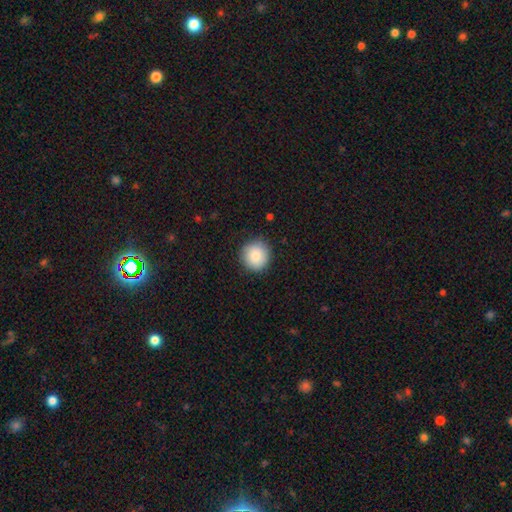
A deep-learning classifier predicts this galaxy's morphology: Q: Smooth or featured?
A: smooth (86%); runner-up: star or artifact (8%)
Q: How rounded?
A: round (94%); runner-up: in between (5%)
Q: Merging?
A: none (88%); runner-up: minor disturbance (9%)